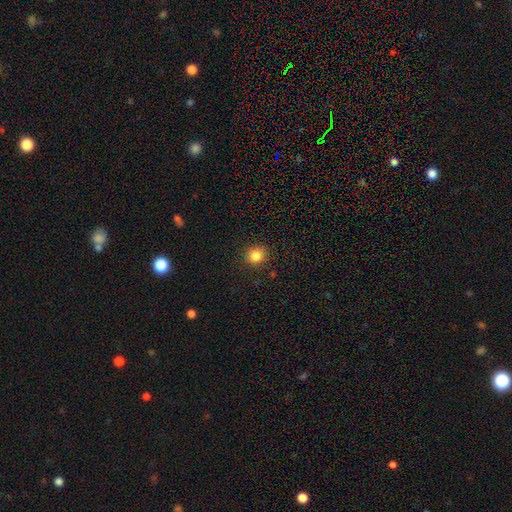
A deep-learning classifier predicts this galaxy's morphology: smooth-or-featured: smooth: 84% | star or artifact: 12% | featured or disk: 5%
  how-rounded: round: 88% | in between: 11% | cigar-shaped: 1%
  merging: none: 88% | minor disturbance: 8% | major disturbance: 2% | merger: 1%